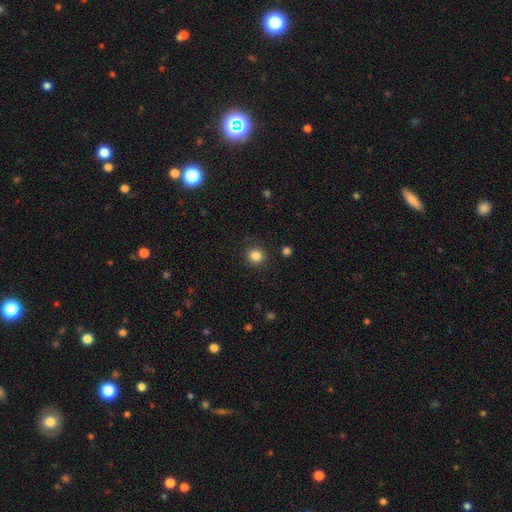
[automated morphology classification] smooth 85%, star or artifact 11%, featured or disk 4%. Down the decision tree: how rounded — round (91%); merging — none (90%).